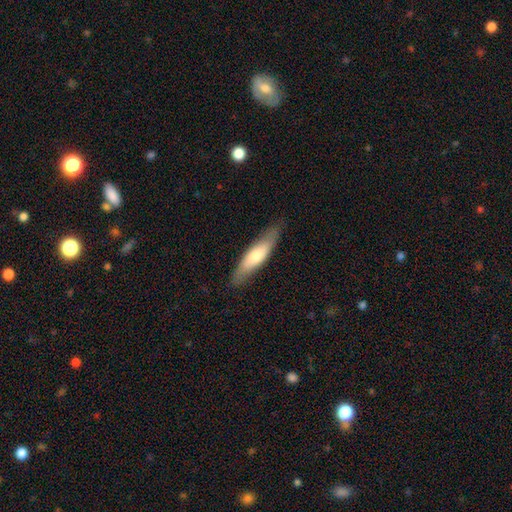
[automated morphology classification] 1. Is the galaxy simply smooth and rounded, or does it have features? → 60% smooth, 34% featured or disk, 6% star or artifact.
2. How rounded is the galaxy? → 73% cigar-shaped, 25% in between, 2% round.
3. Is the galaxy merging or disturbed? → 84% none, 12% minor disturbance, 2% major disturbance, 1% merger.